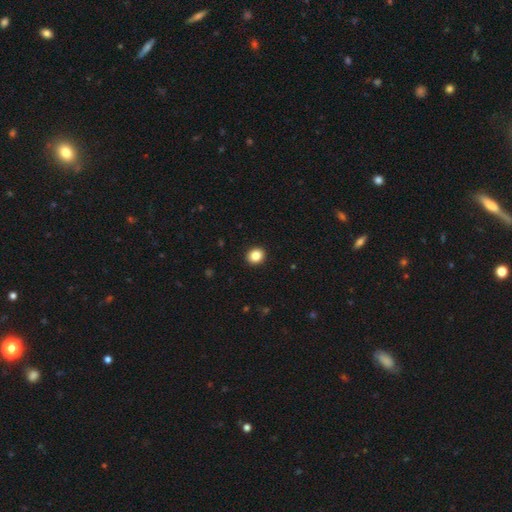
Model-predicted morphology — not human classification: Smooth or featured: smooth — 85% (star or artifact — 10%)
How rounded: round — 79% (in between — 21%)
Merging: none — 93% (minor disturbance — 5%)